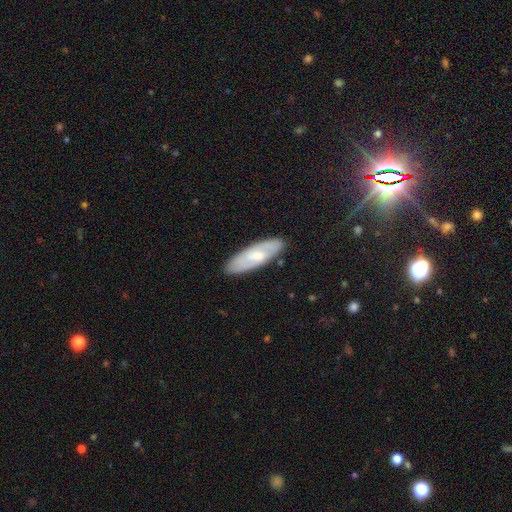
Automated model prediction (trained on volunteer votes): This is possibly a smooth galaxy (50%). How rounded: possibly in between (57%). Merging: clearly none (86%).